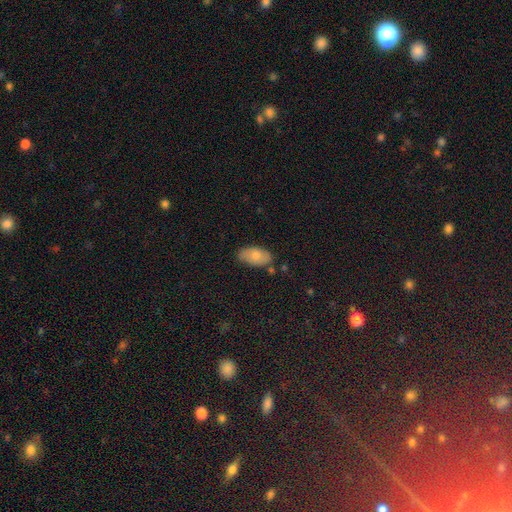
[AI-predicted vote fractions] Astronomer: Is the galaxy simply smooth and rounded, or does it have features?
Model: smooth — 76%.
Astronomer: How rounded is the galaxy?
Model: in between — 94%.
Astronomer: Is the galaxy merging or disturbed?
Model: none — 72%.